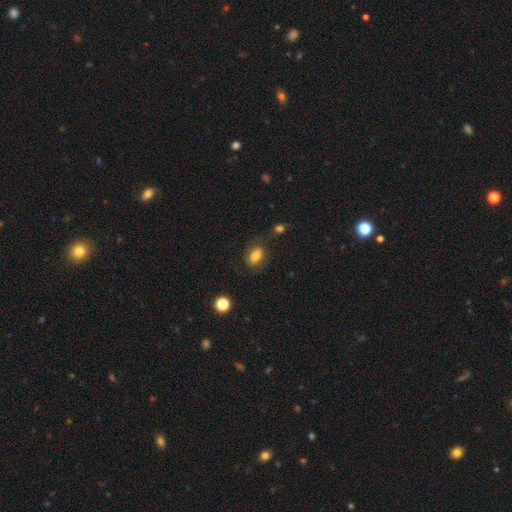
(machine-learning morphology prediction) Q: Smooth or featured?
A: smooth (79%); runner-up: featured or disk (12%)
Q: How rounded?
A: in between (80%); runner-up: round (18%)
Q: Merging?
A: none (68%); runner-up: minor disturbance (18%)